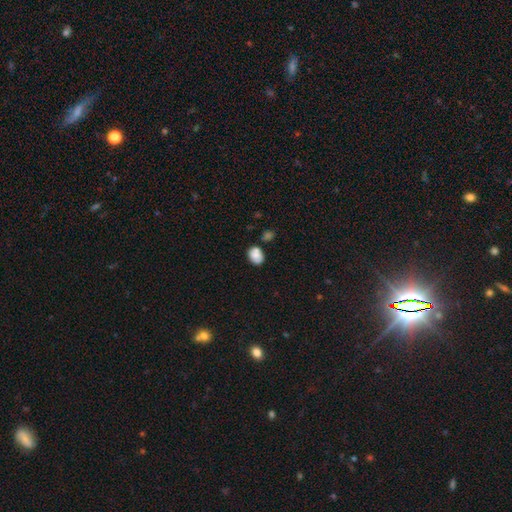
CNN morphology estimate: Smooth or featured? smooth (81%)
How rounded? in between (68%)
Merging? none (57%)